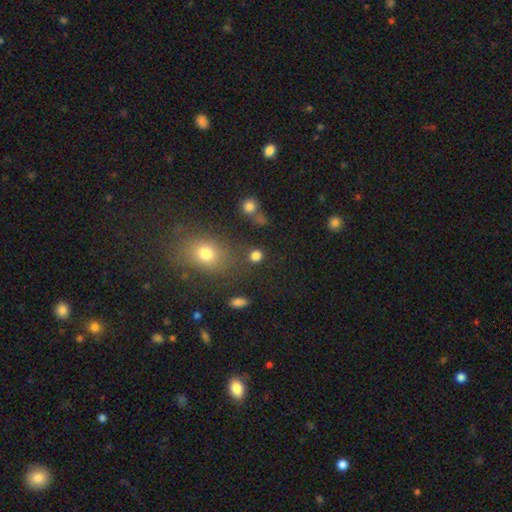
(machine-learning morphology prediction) The model was most divided on "how rounded": round: 79%, in between: 20%, cigar-shaped: 1%. More confident: smooth or featured — smooth (80%); merging — none (75%).